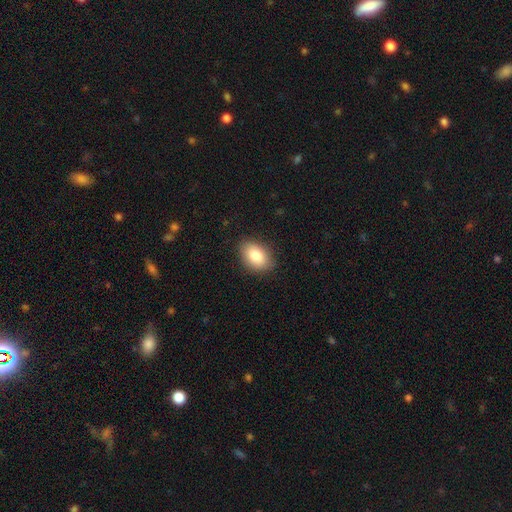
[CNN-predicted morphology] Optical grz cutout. It shows a smooth galaxy with no disk features (83%) that is in between round and cigar-shaped (87%). Merging: none (85%).